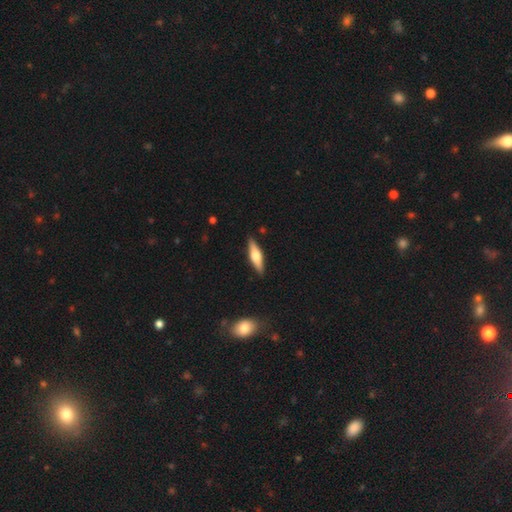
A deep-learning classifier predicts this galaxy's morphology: A featured or disk galaxy (53%) viewed edge-on (94%). Merging: none (89%).